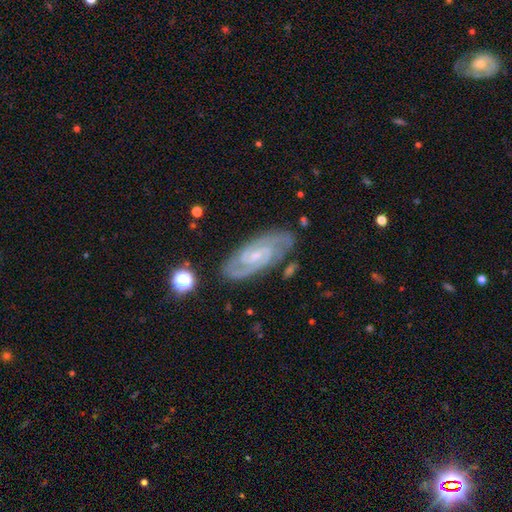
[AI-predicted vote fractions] This is clearly a featured or disk galaxy (89%). It is clearly not viewed edge-on (95%). Bar: possibly weak (46%). Spiral arm pattern: clearly yes (98%). Spiral arm count: clearly 2 (82%). Spiral winding: possibly tight (59%). Central bulge: likely small (71%). Merging: clearly none (82%).